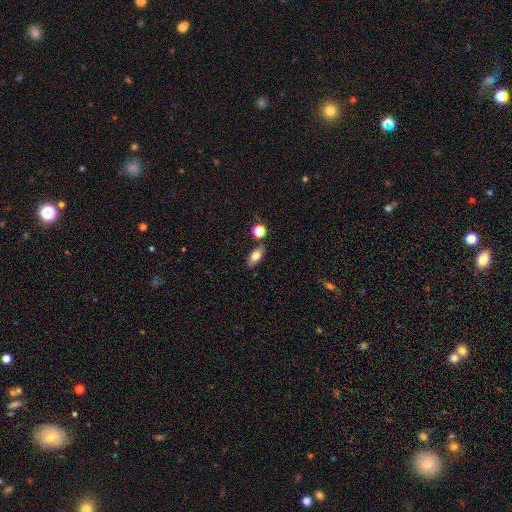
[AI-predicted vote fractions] smooth_or_featured: smooth (p=0.75) [alt: featured or disk p=0.16]
how_rounded: in between (p=0.85) [alt: cigar-shaped p=0.08]
merging: none (p=0.78) [alt: minor disturbance p=0.11]